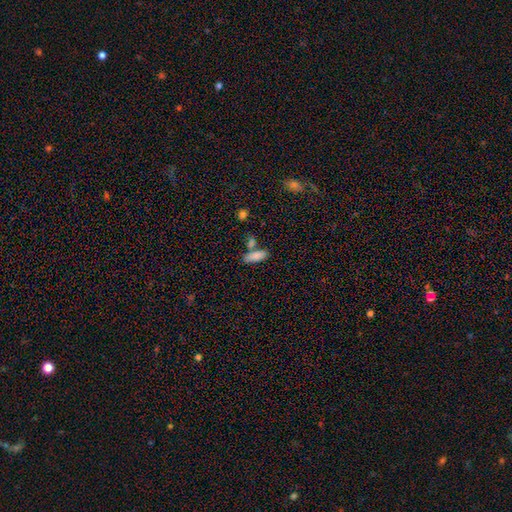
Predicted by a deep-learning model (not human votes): smooth 84%, featured or disk 8%, star or artifact 8%. Down the decision tree: how rounded — in between (71%); merging — none (58%).